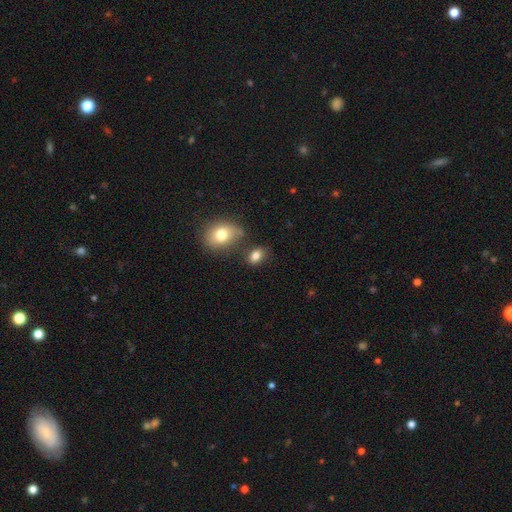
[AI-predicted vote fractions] Q: Smooth or featured?
A: smooth (81%); runner-up: star or artifact (11%)
Q: How rounded?
A: in between (72%); runner-up: round (26%)
Q: Merging?
A: none (69%); runner-up: minor disturbance (15%)